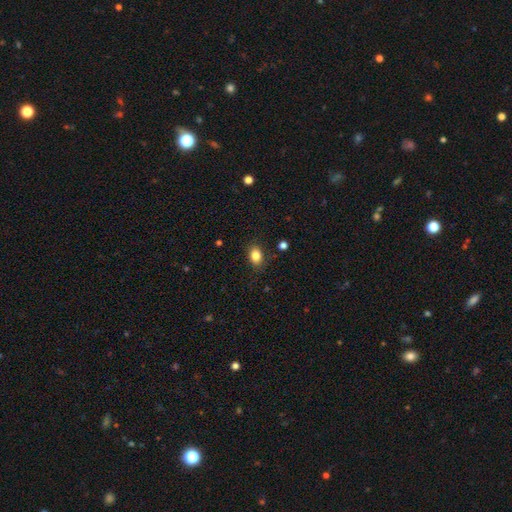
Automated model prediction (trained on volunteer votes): smooth_or_featured: smooth (p=0.85) [alt: star or artifact p=0.10]
how_rounded: in between (p=0.71) [alt: round p=0.28]
merging: none (p=0.84) [alt: minor disturbance p=0.11]